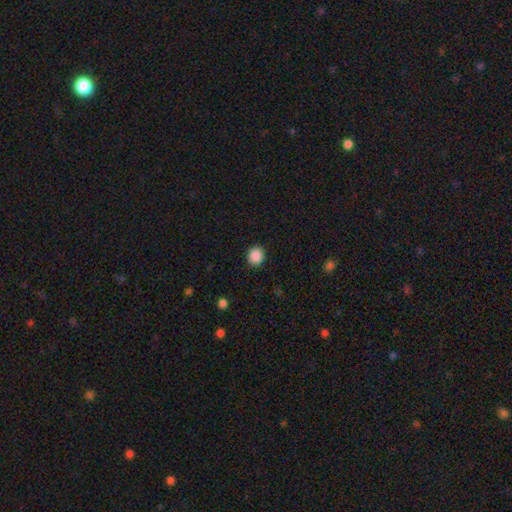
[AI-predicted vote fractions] This appears to be a smooth galaxy with no disk features (88%) that is round (80%). Merging: none (90%).